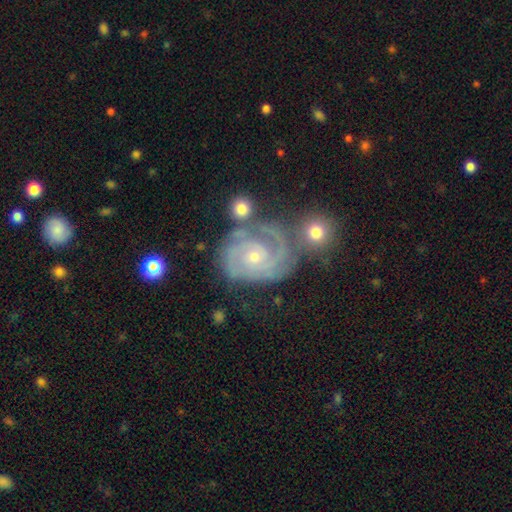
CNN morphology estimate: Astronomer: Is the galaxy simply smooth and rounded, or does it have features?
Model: featured or disk — 88%.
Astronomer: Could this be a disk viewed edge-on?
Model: no — 98%.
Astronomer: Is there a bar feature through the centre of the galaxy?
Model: no — 72%.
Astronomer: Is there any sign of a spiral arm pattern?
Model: yes — 98%.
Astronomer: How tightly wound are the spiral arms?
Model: tight — 72%.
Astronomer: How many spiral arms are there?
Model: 2 — 37% (runner-up: 3, 32%).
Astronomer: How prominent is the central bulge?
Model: small — 66%.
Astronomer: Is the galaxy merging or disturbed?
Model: none — 59%.